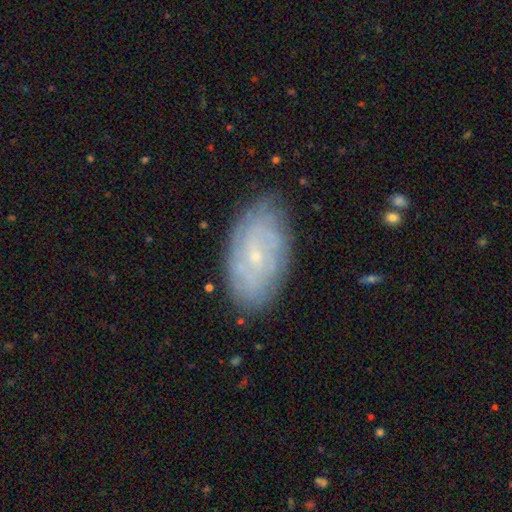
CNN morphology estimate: Smooth or featured? featured or disk (70%)
Edge-on disk? no (94%)
Bar? no (61%)
Spiral arms? yes (86%)
Spiral winding? tight (71%)
Spiral arm count? can't tell (55%)
Bulge size? small (82%)
Merging? none (80%)